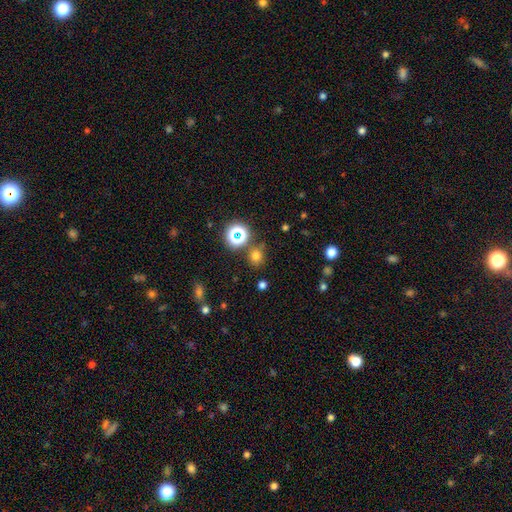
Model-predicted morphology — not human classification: This is likely a smooth galaxy (68%). How rounded: clearly round (83%). Merging: likely none (79%).